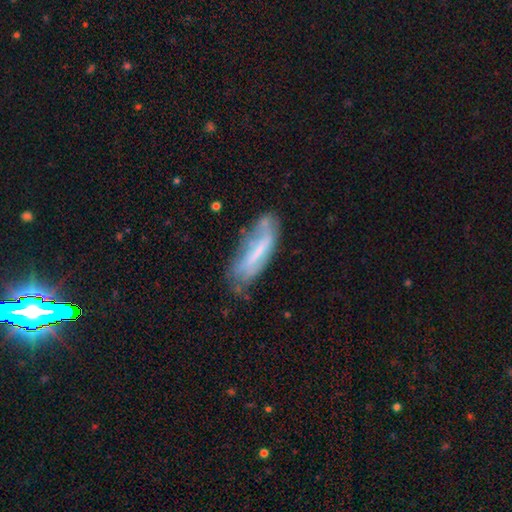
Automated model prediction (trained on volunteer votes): A featured or disk galaxy (52%).

Vote fractions:
- Smooth or featured? featured or disk: 52% / smooth: 40% / star or artifact: 9%
- Edge-on disk? no: 72% / yes: 28%
- Merging? none: 49% / minor disturbance: 31% / major disturbance: 15% / merger: 5%